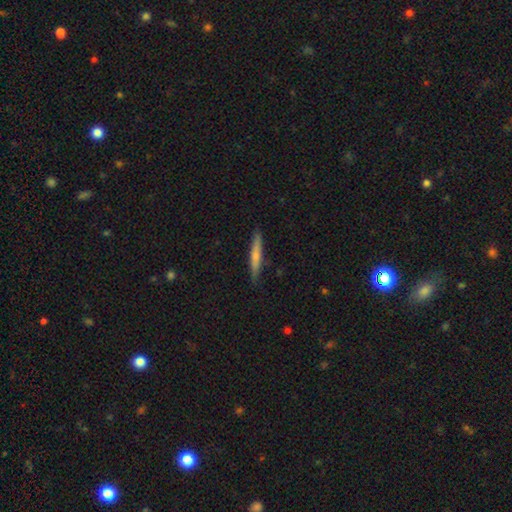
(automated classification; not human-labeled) The model was most divided on "smooth or featured": smooth: 60%, featured or disk: 34%, star or artifact: 6%. More confident: how rounded — cigar-shaped (94%); merging — none (88%).